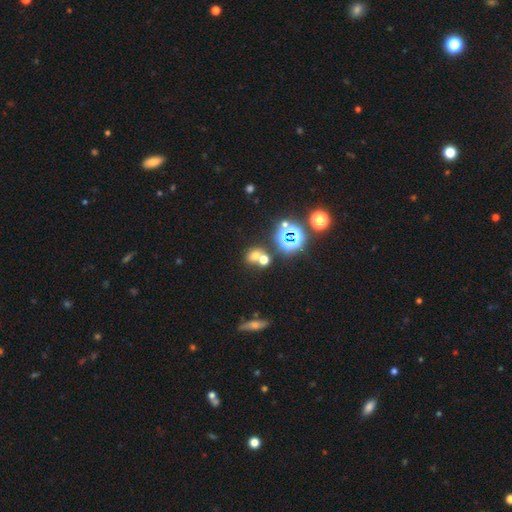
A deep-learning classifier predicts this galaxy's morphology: Overall: smooth (56%; star or artifact 32%). How rounded: round (61%; in between 38%). Merging: none (47%; merger 40%).